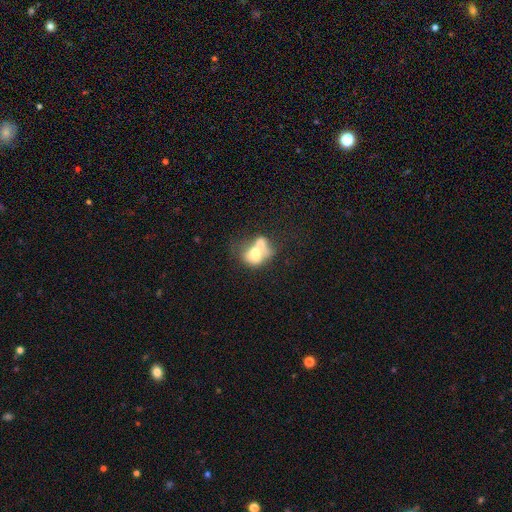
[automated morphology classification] A smooth galaxy with no disk features (54%) that is in between round and cigar-shaped (63%).

Vote fractions:
- Smooth or featured? smooth: 54% / featured or disk: 37% / star or artifact: 10%
- How rounded? in between: 63% / round: 35% / cigar-shaped: 2%
- Merging? merger: 69% / none: 14% / major disturbance: 9% / minor disturbance: 8%